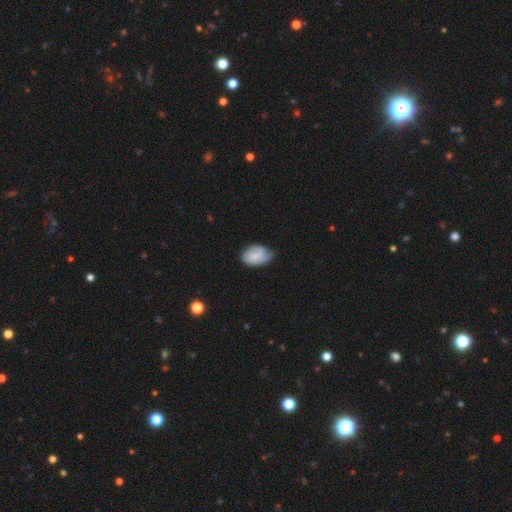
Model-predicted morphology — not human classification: Smooth or featured? Predicted: smooth (p=0.70). How rounded? Predicted: in between (p=0.86). Merging? Predicted: none (p=0.45).